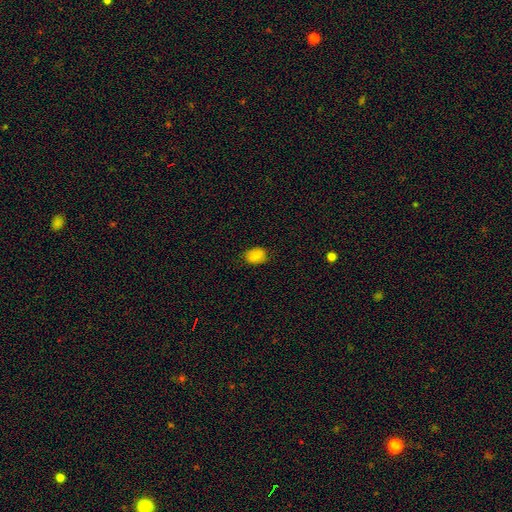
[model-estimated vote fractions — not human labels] The model was most divided on "how rounded": in between: 74%, round: 25%, cigar-shaped: 1%. More confident: smooth or featured — smooth (85%); merging — none (81%).